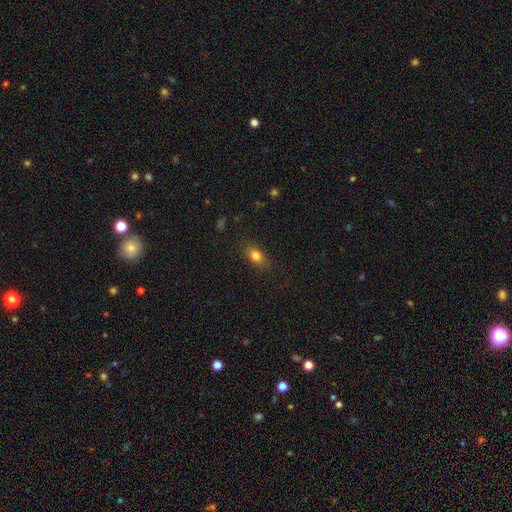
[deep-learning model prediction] This appears to be a smooth galaxy with no disk features (81%) that is in between round and cigar-shaped (79%). Merging: none (82%).